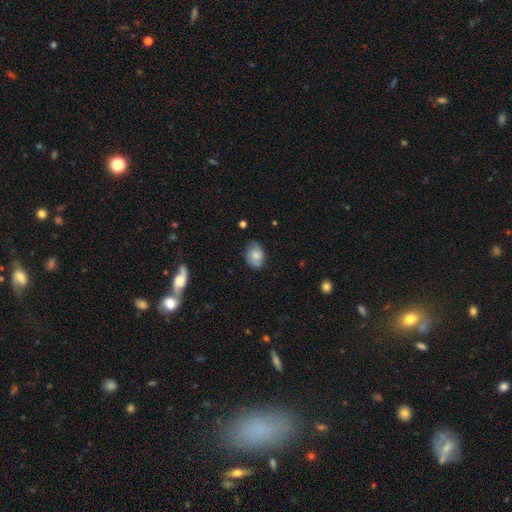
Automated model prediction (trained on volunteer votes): Smooth or featured: smooth — 72% (featured or disk — 19%)
How rounded: in between — 67% (round — 32%)
Merging: none — 68% (minor disturbance — 25%)